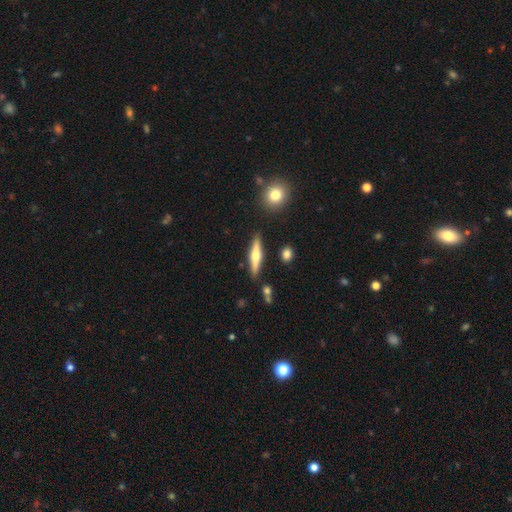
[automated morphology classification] type=featured or disk (56%); edge-on=yes (96%); edge-on bulge=rounded (88%); merging=none (86%).